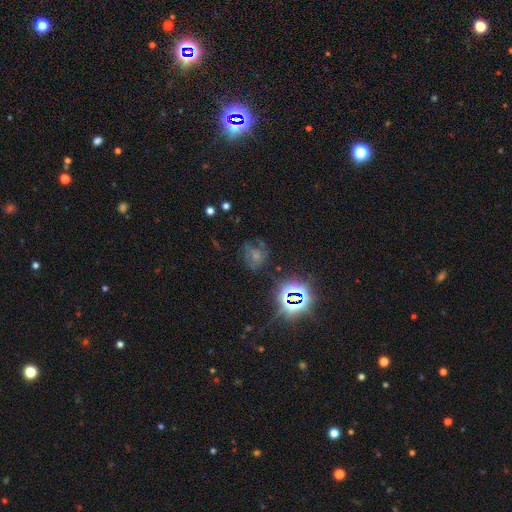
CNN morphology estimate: The model was most divided on "smooth or featured": smooth: 40%, star or artifact: 34%, featured or disk: 26%. More confident: merging — none (52%).